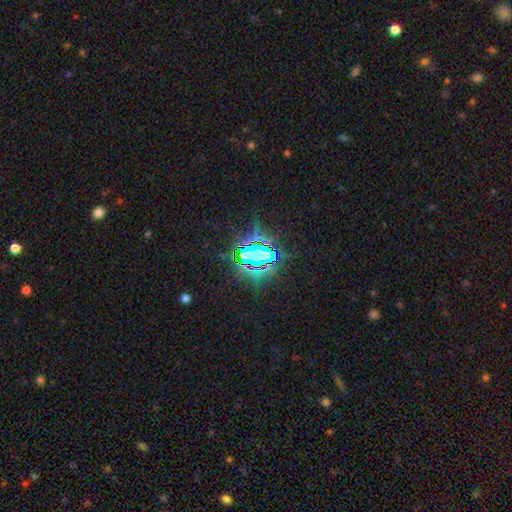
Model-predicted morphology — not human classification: This appears to be a star or artifact, not a galaxy (77%).